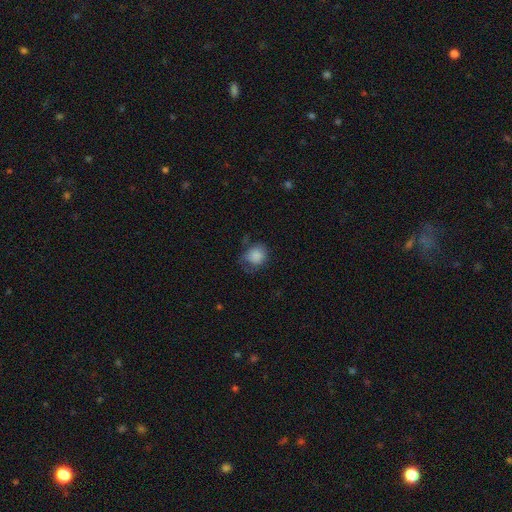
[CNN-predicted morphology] The model was most divided on "merging": none: 53%, minor disturbance: 30%, major disturbance: 15%, merger: 2%. More confident: smooth or featured — smooth (85%); how rounded — round (75%).